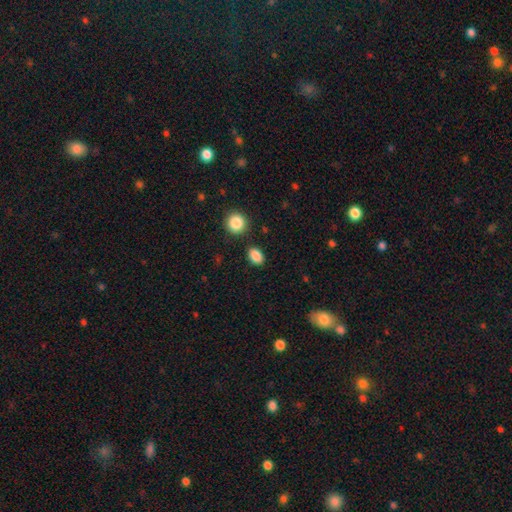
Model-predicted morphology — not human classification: The model was most divided on "how rounded": in between: 76%, round: 22%, cigar-shaped: 1%. More confident: smooth or featured — smooth (87%); merging — none (84%).